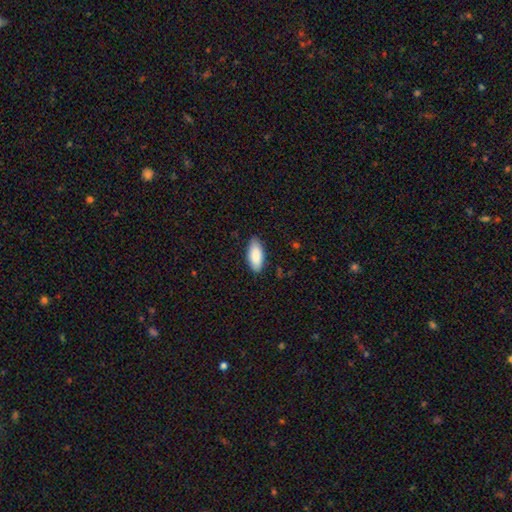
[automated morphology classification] The model was most divided on "merging": none: 85%, minor disturbance: 12%, major disturbance: 2%, merger: 1%. More confident: smooth or featured — smooth (89%); how rounded — in between (87%).